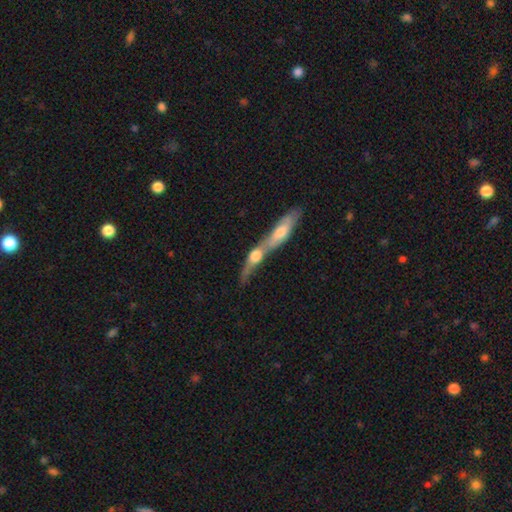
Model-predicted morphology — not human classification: Q: Smooth or featured?
A: featured or disk (51%); runner-up: smooth (41%)
Q: Edge-on disk?
A: yes (74%); runner-up: no (26%)
Q: Merging?
A: merger (66%); runner-up: none (23%)